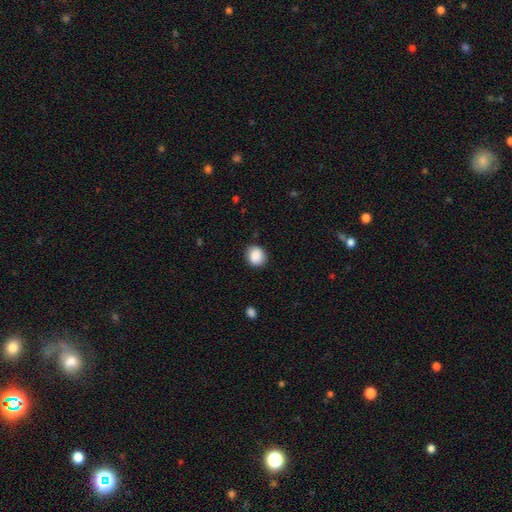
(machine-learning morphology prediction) smooth 89%, star or artifact 8%, featured or disk 3%. Down the decision tree: how rounded — round (80%); merging — none (87%).